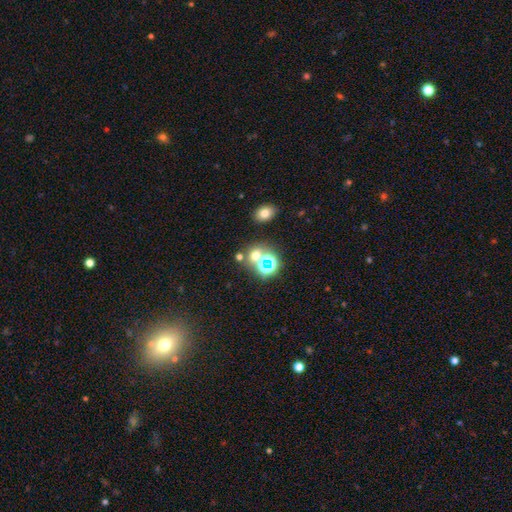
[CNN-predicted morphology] type=smooth (50%); merging=none (65%).